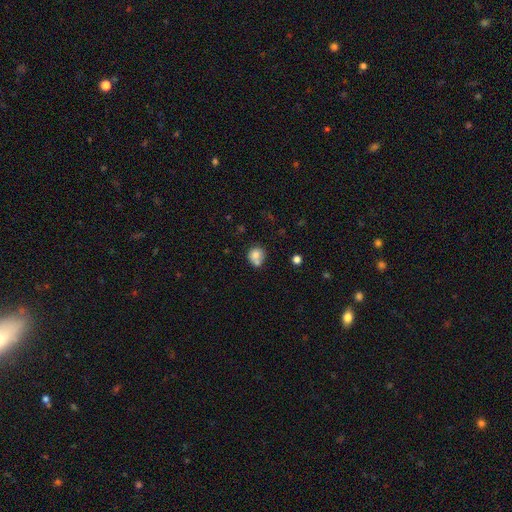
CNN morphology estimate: smooth_or_featured: smooth (p=0.75) [alt: featured or disk p=0.15]
how_rounded: round (p=0.80) [alt: in between p=0.19]
merging: none (p=0.43) [alt: merger p=0.38]